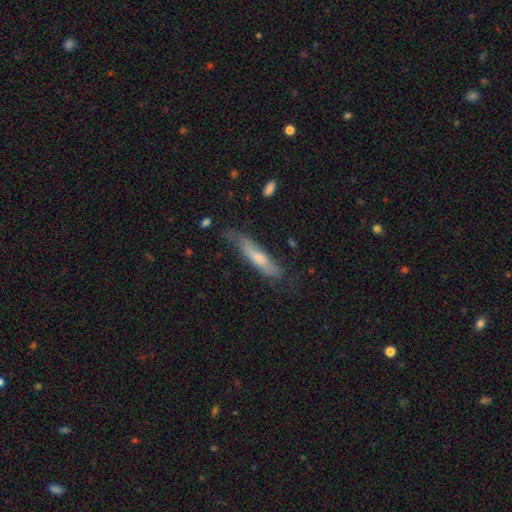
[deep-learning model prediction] This is possibly a smooth galaxy (53%). How rounded: clearly cigar-shaped (85%). Merging: likely none (62%).